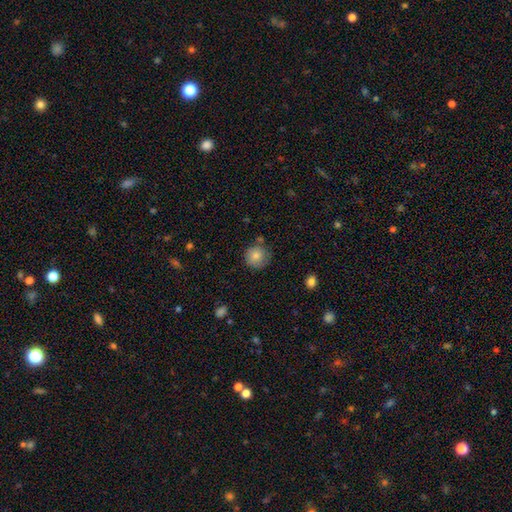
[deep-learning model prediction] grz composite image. It shows a smooth galaxy with no disk features (80%) that is round (92%). Merging: none (74%).